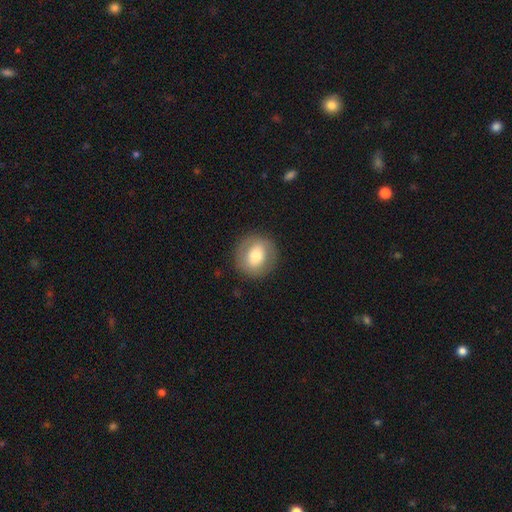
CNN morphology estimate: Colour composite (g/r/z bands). It shows a smooth galaxy with no disk features (66%) that is round (88%). Merging: none (88%).